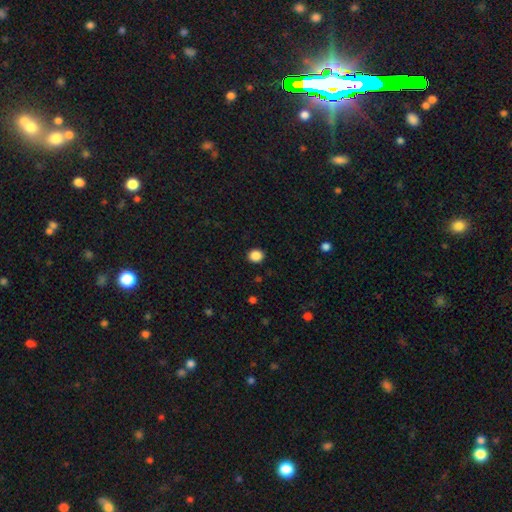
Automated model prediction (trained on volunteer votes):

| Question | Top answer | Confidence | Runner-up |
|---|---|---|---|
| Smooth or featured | smooth | 87% | star or artifact (10%) |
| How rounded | round | 82% | in between (17%) |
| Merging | none | 92% | minor disturbance (6%) |